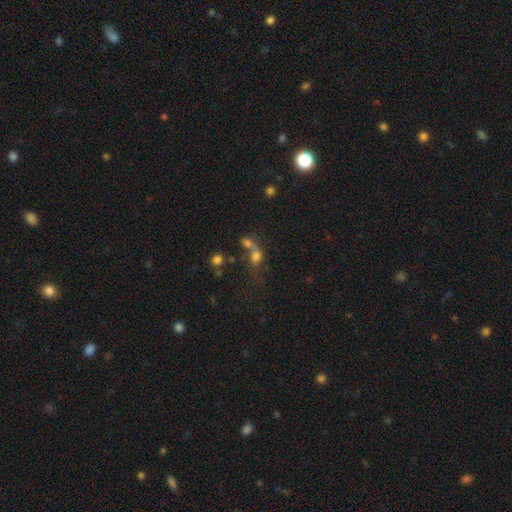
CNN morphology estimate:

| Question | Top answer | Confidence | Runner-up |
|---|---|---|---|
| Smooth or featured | smooth | 65% | star or artifact (18%) |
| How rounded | round | 54% | in between (42%) |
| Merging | merger | 58% | none (25%) |